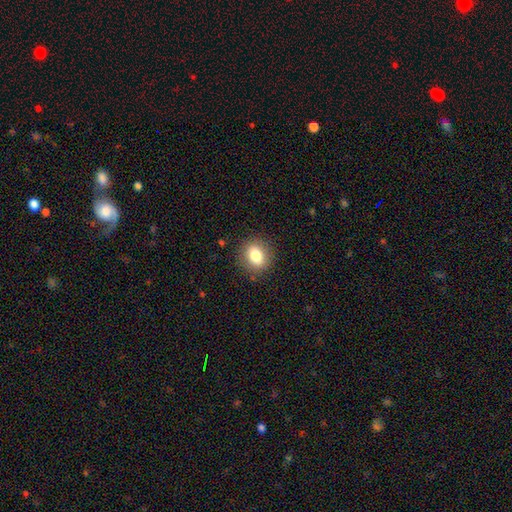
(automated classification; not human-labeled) smooth_or_featured: smooth (p=0.80) [alt: featured or disk p=0.10]
how_rounded: round (p=0.56) [alt: in between p=0.42]
merging: none (p=0.87) [alt: minor disturbance p=0.09]